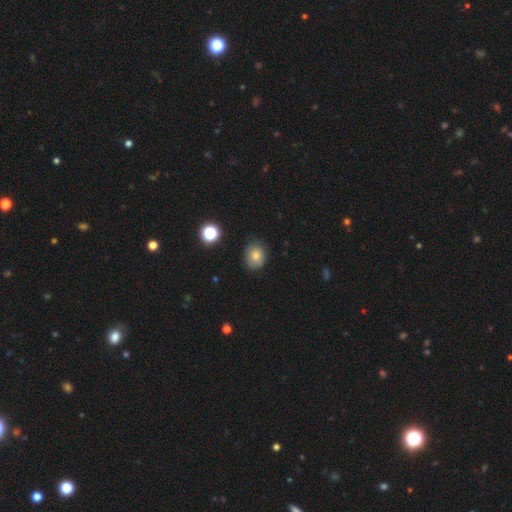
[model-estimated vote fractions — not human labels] Q: Smooth or featured?
A: smooth (79%); runner-up: star or artifact (12%)
Q: How rounded?
A: round (63%); runner-up: in between (36%)
Q: Merging?
A: none (82%); runner-up: minor disturbance (14%)